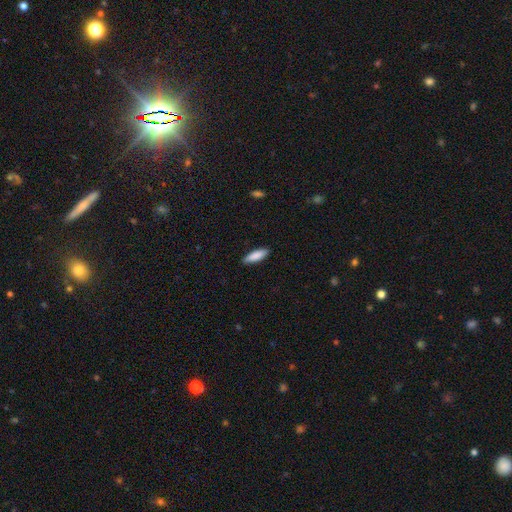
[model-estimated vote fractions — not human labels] This appears to be a smooth galaxy with no disk features (87%) that is cigar-shaped (51%). Merging: none (88%).